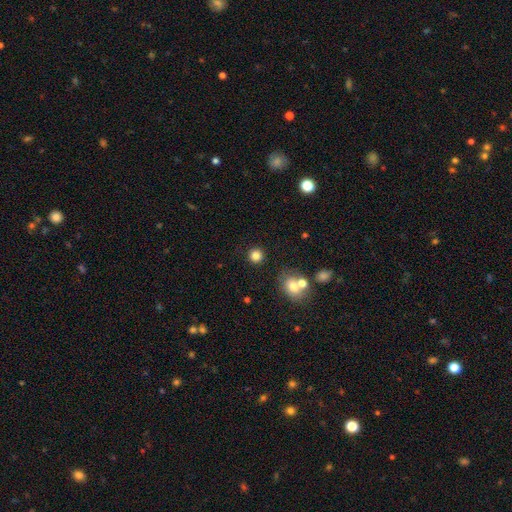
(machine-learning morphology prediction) Smooth or featured: smooth — 83% (star or artifact — 12%)
How rounded: round — 92% (in between — 7%)
Merging: none — 86% (minor disturbance — 6%)